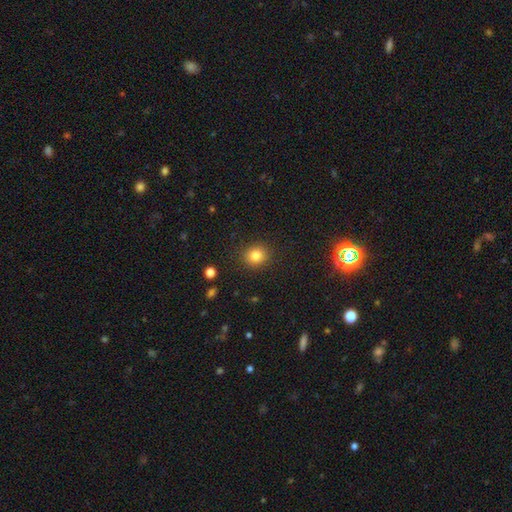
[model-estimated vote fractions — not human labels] This is clearly a smooth galaxy (83%). How rounded: clearly round (84%). Merging: clearly none (89%).